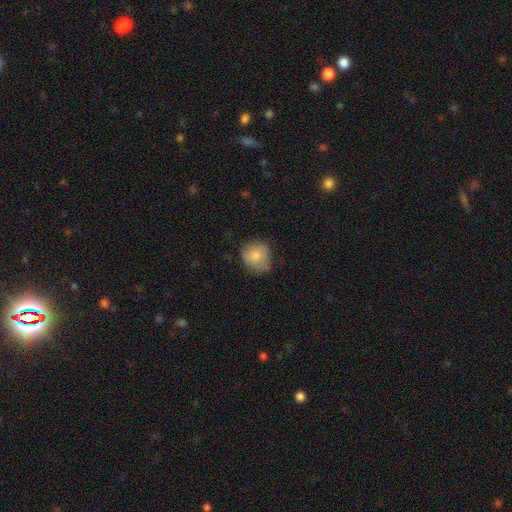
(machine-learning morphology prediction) This is clearly a smooth galaxy (81%). How rounded: likely round (77%). Merging: possibly none (56%).